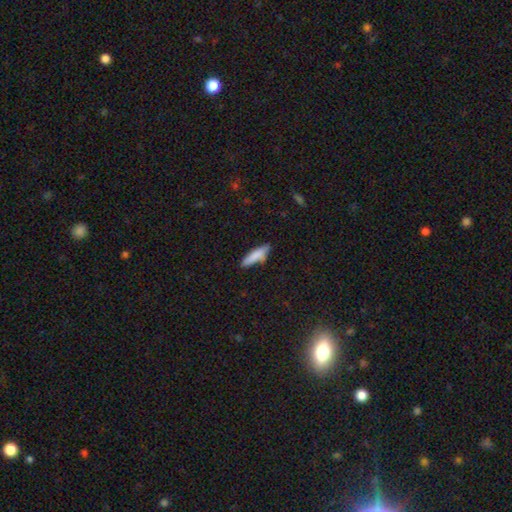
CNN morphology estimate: Smooth or featured: smooth — 81% (featured or disk — 12%)
How rounded: cigar-shaped — 67% (in between — 32%)
Merging: none — 69% (minor disturbance — 22%)